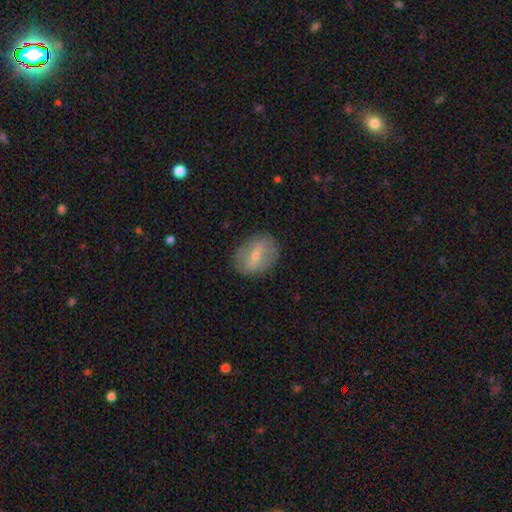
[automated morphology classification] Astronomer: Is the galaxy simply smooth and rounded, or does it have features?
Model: featured or disk — 47% (runner-up: smooth, 46%).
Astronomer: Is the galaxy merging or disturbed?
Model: none — 81%.